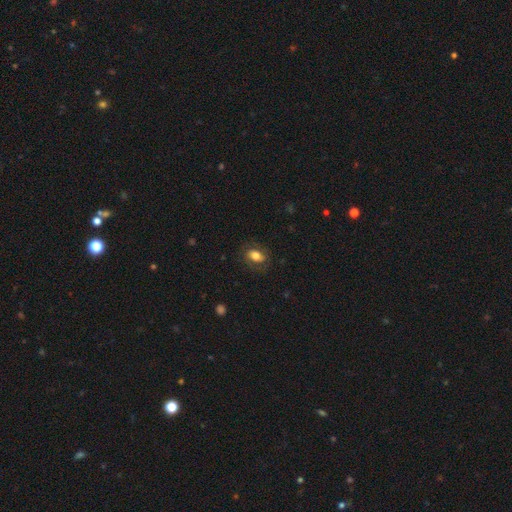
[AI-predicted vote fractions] Morphology: type=smooth (76%); roundness=in between (83%); merging=none (78%).